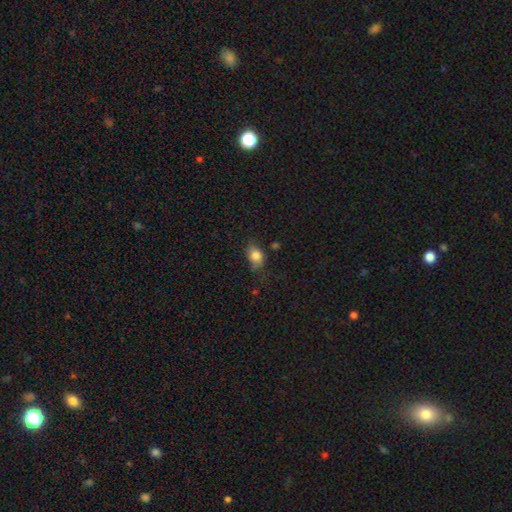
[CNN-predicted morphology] smooth_or_featured: smooth (p=0.82) [alt: featured or disk p=0.10]
how_rounded: in between (p=0.72) [alt: round p=0.26]
merging: none (p=0.60) [alt: minor disturbance p=0.29]